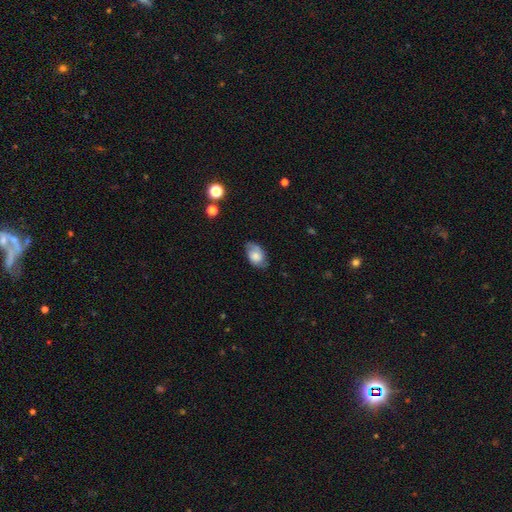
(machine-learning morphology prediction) Q: Smooth or featured?
A: smooth (56%); runner-up: featured or disk (35%)
Q: How rounded?
A: in between (87%); runner-up: round (11%)
Q: Merging?
A: none (67%); runner-up: minor disturbance (25%)